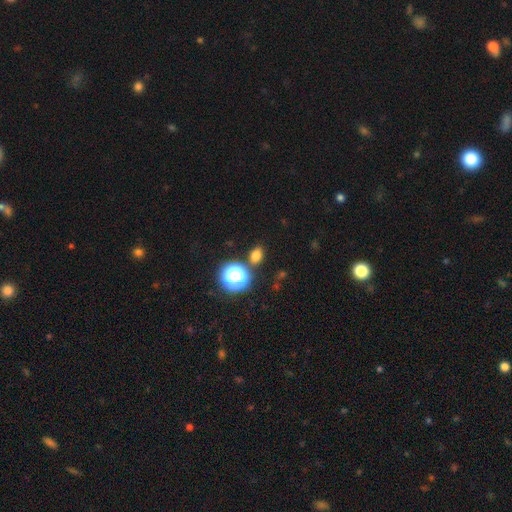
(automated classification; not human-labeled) Overall: smooth (72%). How rounded: in between (59%; round 40%). Merging: none (79%).